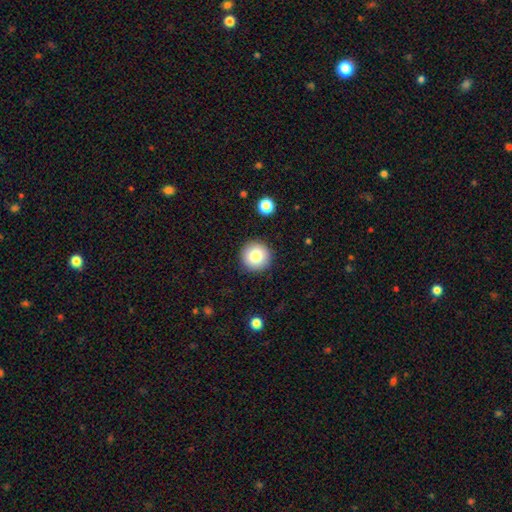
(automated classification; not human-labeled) Smooth or featured?
  - smooth: 81% *
  - featured or disk: 10%
  - star or artifact: 9%
How rounded?
  - round: 96% *
  - in between: 3%
  - cigar-shaped: 1%
Merging?
  - none: 91% *
  - minor disturbance: 6%
  - major disturbance: 2%
  - merger: 1%